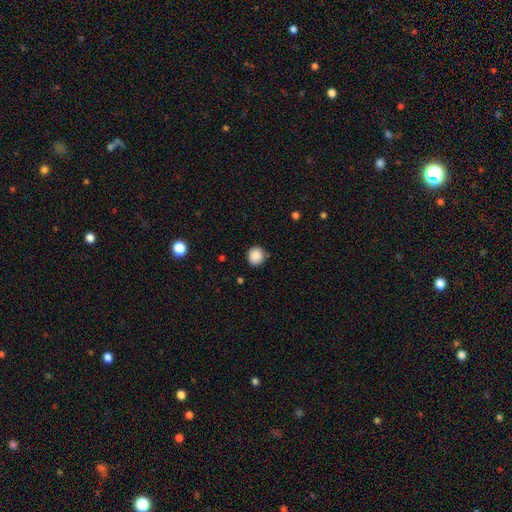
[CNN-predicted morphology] The model was most divided on "merging": none: 84%, minor disturbance: 12%, major disturbance: 2%, merger: 2%. More confident: smooth or featured — smooth (87%); how rounded — round (87%).